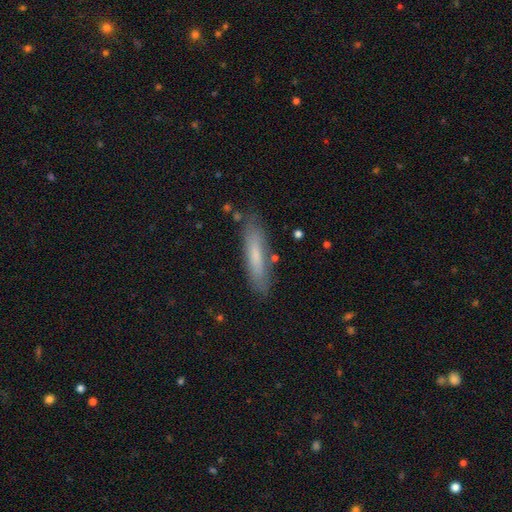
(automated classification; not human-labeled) This appears to be a smooth galaxy with no disk features (67%) that is cigar-shaped (80%). Merging: none (80%).